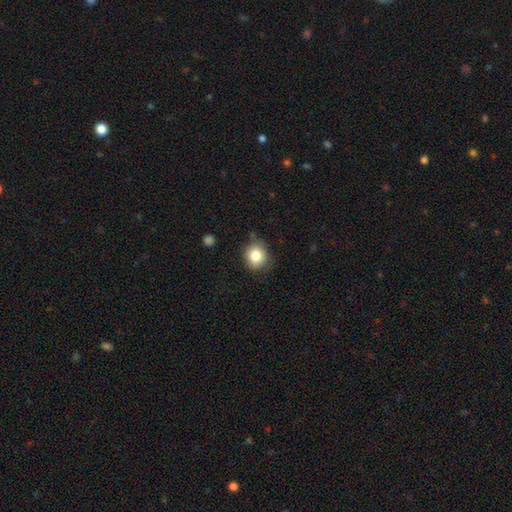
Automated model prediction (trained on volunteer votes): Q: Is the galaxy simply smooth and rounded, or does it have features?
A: smooth — 83%.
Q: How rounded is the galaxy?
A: round — 78%.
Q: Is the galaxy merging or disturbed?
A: none — 76%.